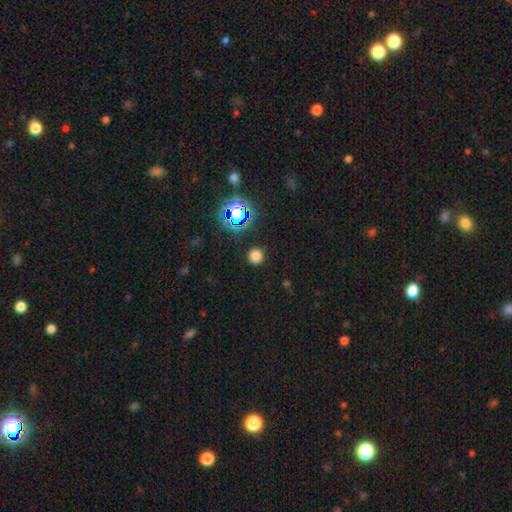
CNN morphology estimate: smooth 74%, star or artifact 22%, featured or disk 5%. Down the decision tree: how rounded — round (94%); merging — none (90%).